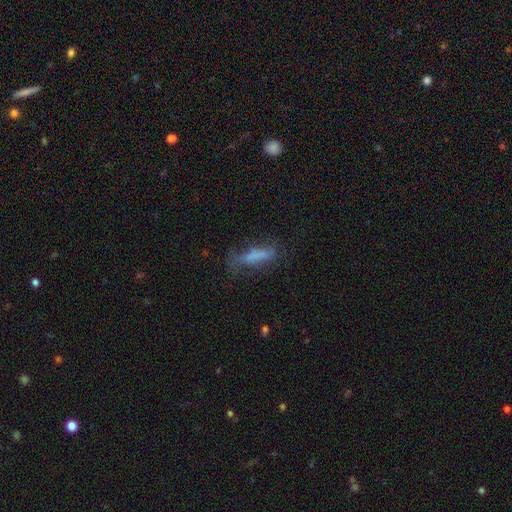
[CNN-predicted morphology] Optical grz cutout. It shows a smooth galaxy with no disk features (62%) that is cigar-shaped (63%). Merging: none (48%).